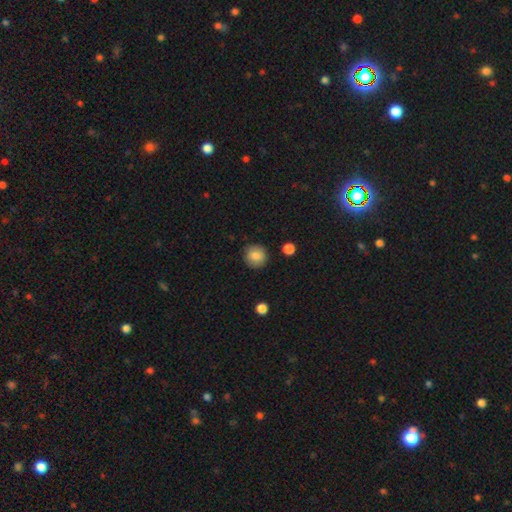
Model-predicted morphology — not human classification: A smooth galaxy with no disk features (86%) that is round (92%).

Vote fractions:
- Smooth or featured? smooth: 86% / star or artifact: 8% / featured or disk: 6%
- How rounded? round: 92% / in between: 8% / cigar-shaped: 1%
- Merging? none: 89% / minor disturbance: 8% / major disturbance: 2% / merger: 1%